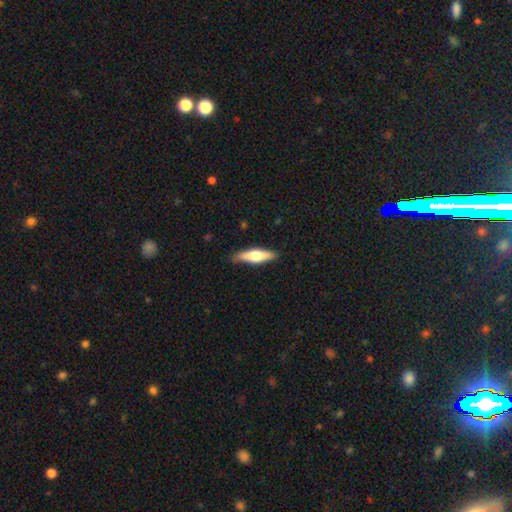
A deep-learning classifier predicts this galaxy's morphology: smooth_or_featured: smooth (p=0.50) [alt: featured or disk p=0.44]
how_rounded: cigar-shaped (p=0.66) [alt: in between p=0.32]
merging: none (p=0.85) [alt: minor disturbance p=0.11]